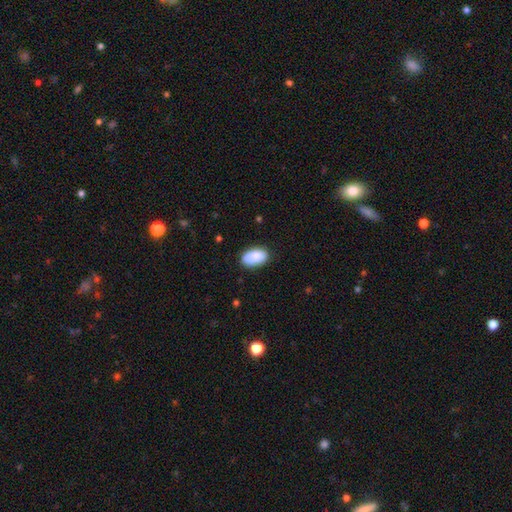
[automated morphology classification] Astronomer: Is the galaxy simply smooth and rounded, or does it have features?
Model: smooth — 84%.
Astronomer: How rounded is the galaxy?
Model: in between — 93%.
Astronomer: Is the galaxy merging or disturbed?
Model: none — 78%.